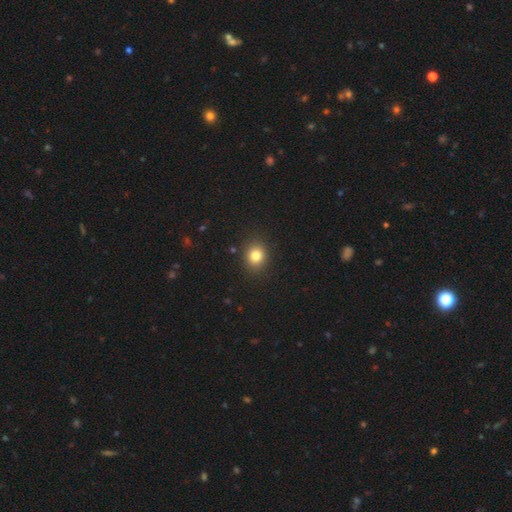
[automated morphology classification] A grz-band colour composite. It shows a smooth galaxy with no disk features (81%) that is round (70%). Merging: none (89%).